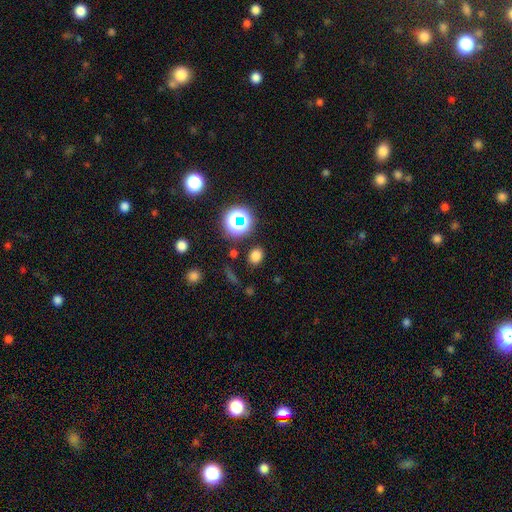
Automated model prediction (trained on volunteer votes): smooth_or_featured: smooth (p=0.72) [alt: star or artifact p=0.22]
how_rounded: round (p=0.50) [alt: in between p=0.48]
merging: none (p=0.84) [alt: minor disturbance p=0.09]